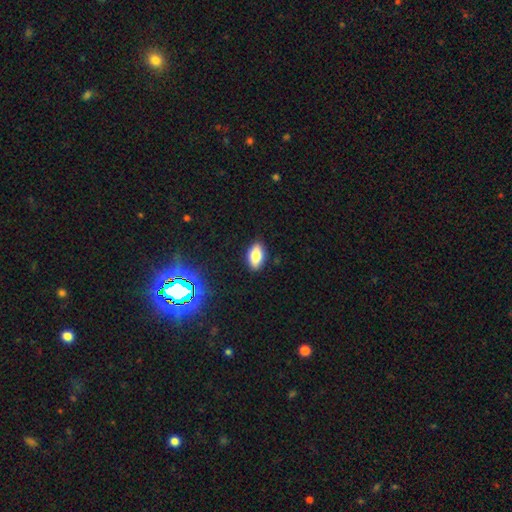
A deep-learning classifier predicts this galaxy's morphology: A smooth galaxy with no disk features (78%) that is in between round and cigar-shaped (91%). Merging: none (88%).